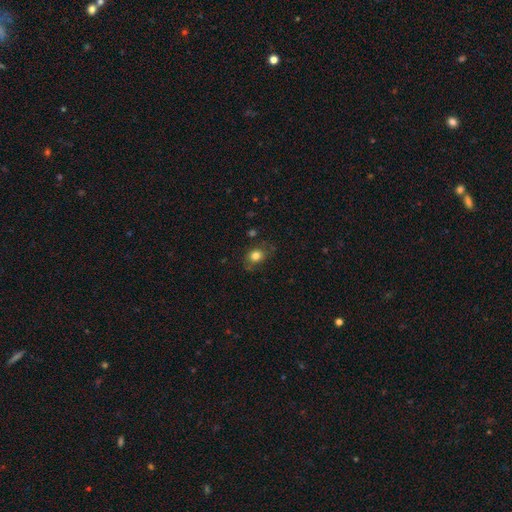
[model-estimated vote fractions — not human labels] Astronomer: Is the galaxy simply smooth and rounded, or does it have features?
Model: smooth — 80%.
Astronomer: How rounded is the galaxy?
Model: round — 51% (runner-up: in between, 48%).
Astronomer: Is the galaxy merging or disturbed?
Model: none — 74%.